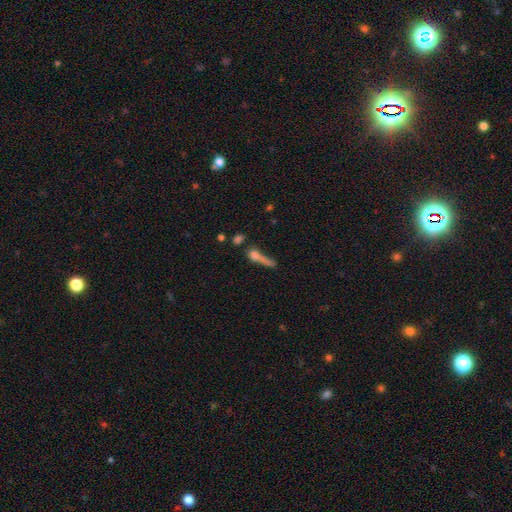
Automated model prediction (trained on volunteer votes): A smooth galaxy with no disk features (43%).

Vote fractions:
- Smooth or featured? smooth: 43% / featured or disk: 36% / star or artifact: 20%
- Merging? none: 38% / merger: 25% / major disturbance: 21% / minor disturbance: 15%